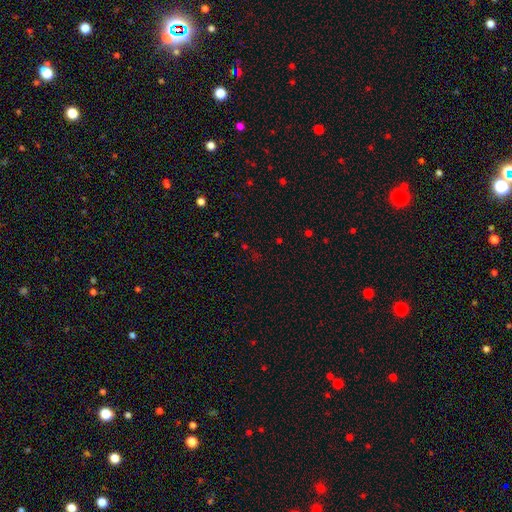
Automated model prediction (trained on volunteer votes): A star or artifact, not a galaxy (61%).

Vote fractions:
- Smooth or featured? star or artifact: 61% / smooth: 31% / featured or disk: 8%